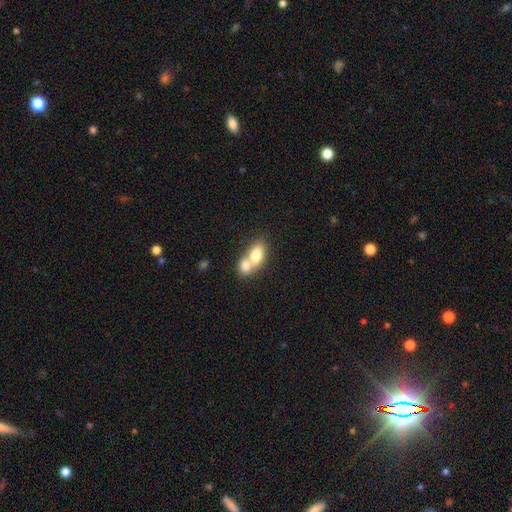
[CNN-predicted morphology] Q: Smooth or featured?
A: smooth (74%); runner-up: featured or disk (19%)
Q: How rounded?
A: in between (80%); runner-up: round (17%)
Q: Merging?
A: merger (72%); runner-up: none (19%)